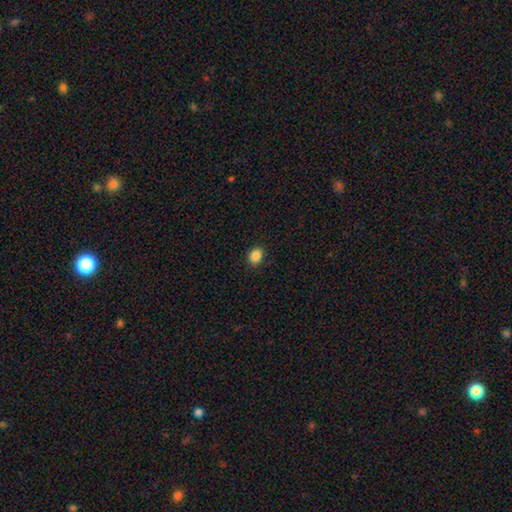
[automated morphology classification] A smooth galaxy with no disk features (86%) that is round (56%). Merging: none (89%).